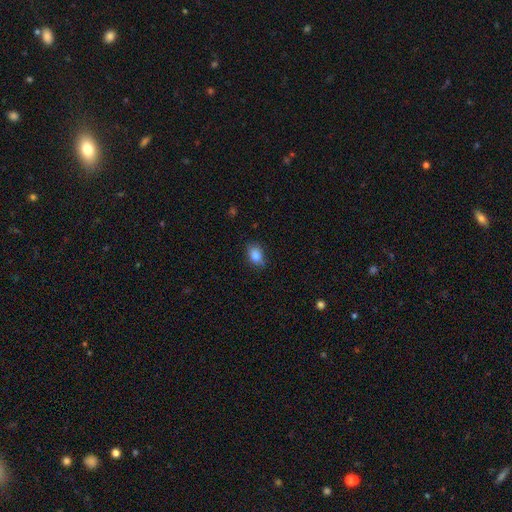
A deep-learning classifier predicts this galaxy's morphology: Smooth or featured? smooth (84%)
How rounded? in between (79%)
Merging? none (78%)